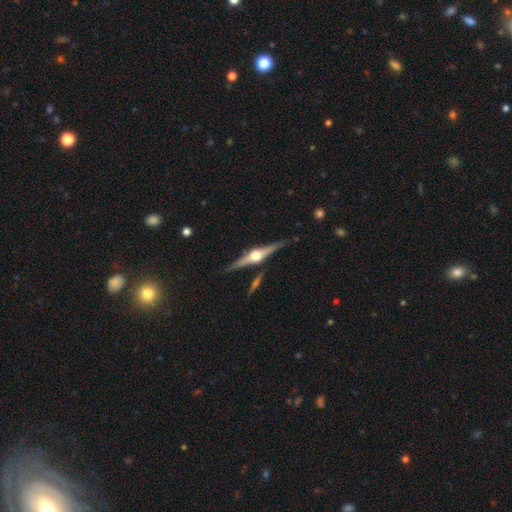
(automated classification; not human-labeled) Q: Smooth or featured?
A: featured or disk (85%); runner-up: smooth (9%)
Q: Edge-on disk?
A: yes (98%); runner-up: no (2%)
Q: Edge-on bulge?
A: rounded (96%); runner-up: boxy (3%)
Q: Merging?
A: none (85%); runner-up: minor disturbance (9%)